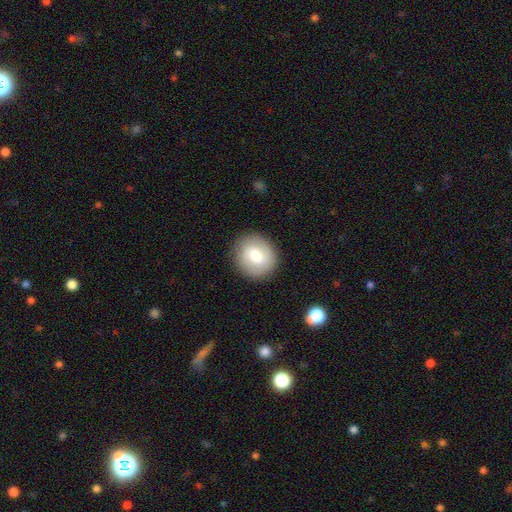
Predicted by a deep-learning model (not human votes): Overall: smooth (67%). How rounded: round (87%). Merging: none (89%).